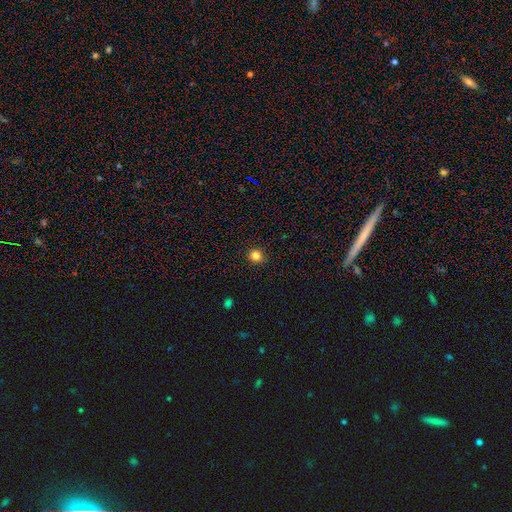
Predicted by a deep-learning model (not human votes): Morphology: type=smooth (83%); roundness=round (92%); merging=none (92%).